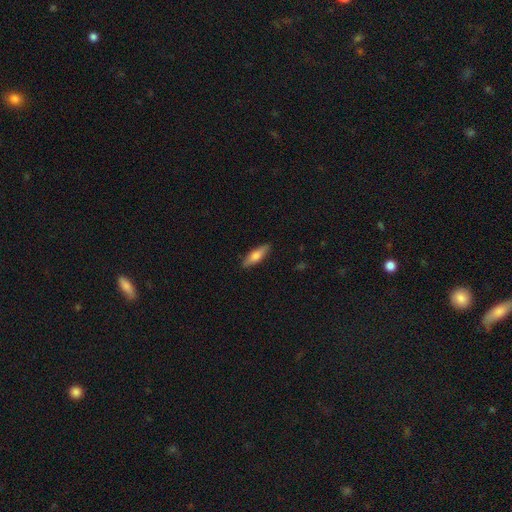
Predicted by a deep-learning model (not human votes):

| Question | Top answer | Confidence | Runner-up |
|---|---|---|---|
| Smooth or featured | smooth | 69% | featured or disk (26%) |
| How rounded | in between | 50% | cigar-shaped (48%) |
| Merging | none | 88% | minor disturbance (9%) |